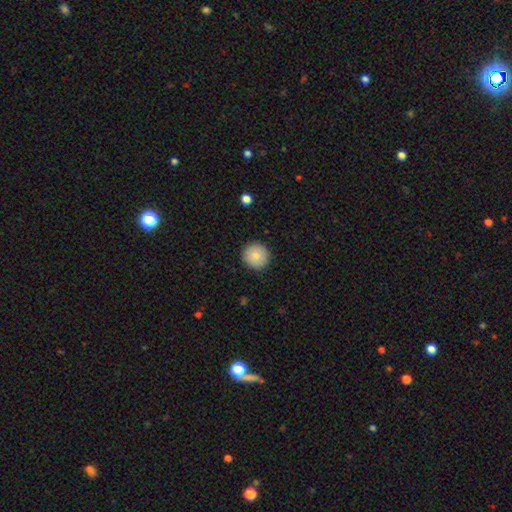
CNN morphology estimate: smooth_or_featured: smooth (p=0.84) [alt: featured or disk p=0.09]
how_rounded: round (p=0.95) [alt: in between p=0.04]
merging: none (p=0.92) [alt: minor disturbance p=0.06]